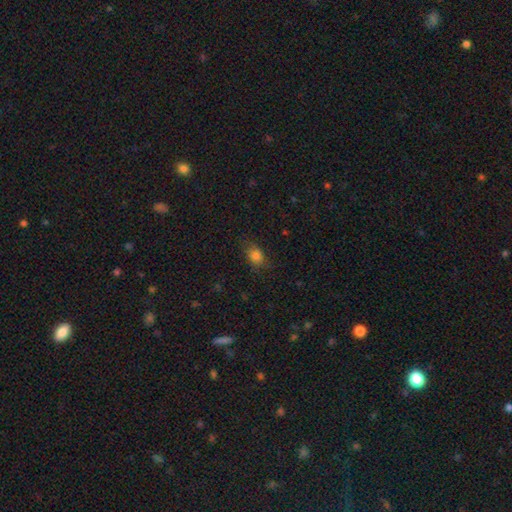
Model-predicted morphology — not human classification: smooth_or_featured: smooth (p=0.81) [alt: star or artifact p=0.12]
how_rounded: in between (p=0.62) [alt: round p=0.36]
merging: none (p=0.72) [alt: minor disturbance p=0.20]